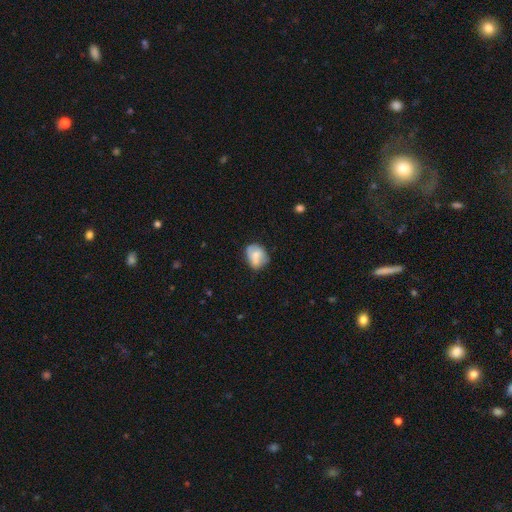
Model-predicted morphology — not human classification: Smooth or featured? smooth (59%)
How rounded? in between (54%)
Merging? none (52%)